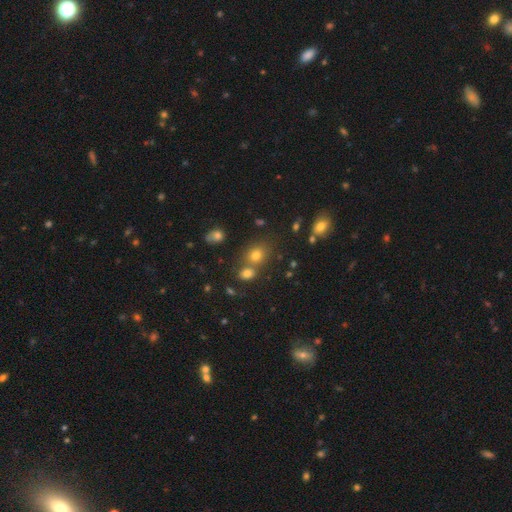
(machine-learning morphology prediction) The model was most divided on "smooth or featured": smooth: 61%, star or artifact: 29%, featured or disk: 11%. More confident: how rounded — round (72%); merging — none (60%).